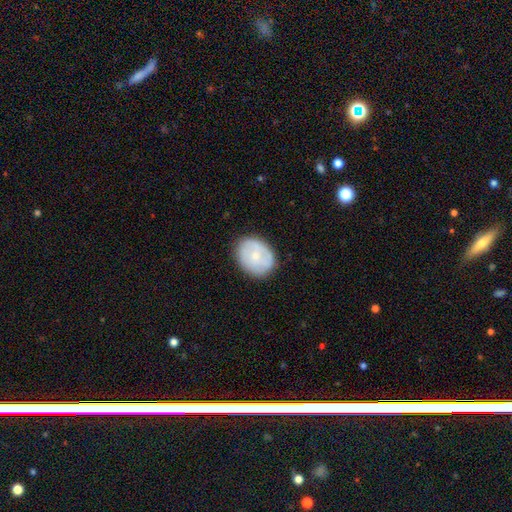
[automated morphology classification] smooth 54%, featured or disk 39%, star or artifact 6%. Down the decision tree: how rounded — in between (51%); merging — none (80%).